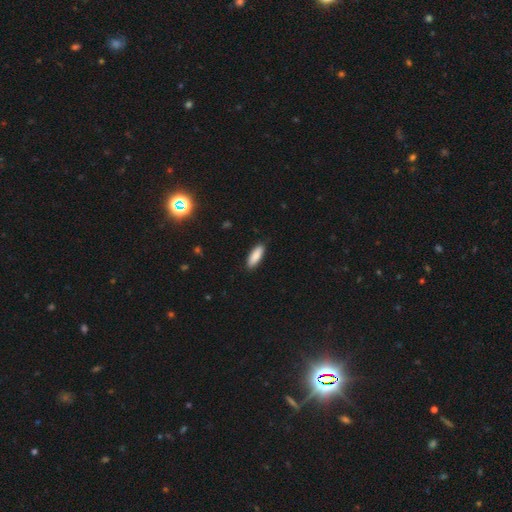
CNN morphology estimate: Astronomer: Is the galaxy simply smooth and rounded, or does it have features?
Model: smooth — 88%.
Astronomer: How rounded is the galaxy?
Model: in between — 63%.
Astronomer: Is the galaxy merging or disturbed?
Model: none — 88%.